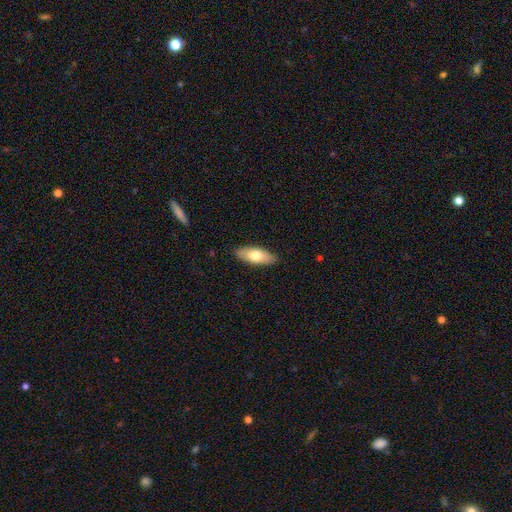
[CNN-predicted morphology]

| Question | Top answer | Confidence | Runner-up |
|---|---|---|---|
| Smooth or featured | smooth | 71% | featured or disk (23%) |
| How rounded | in between | 77% | cigar-shaped (21%) |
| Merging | none | 89% | minor disturbance (9%) |